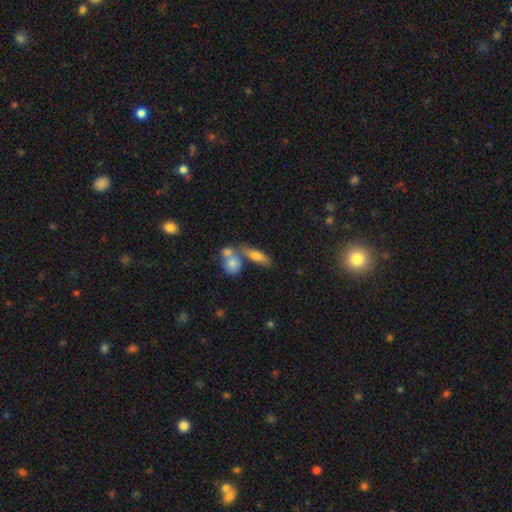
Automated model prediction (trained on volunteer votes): This appears to be a smooth galaxy with no disk features (68%) that is in between round and cigar-shaped (55%). Merging: none (45%).